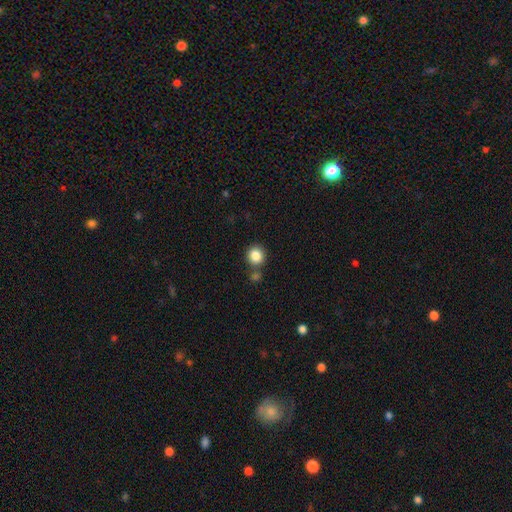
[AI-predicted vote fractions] A smooth galaxy with no disk features (86%) that is round (89%). Merging: none (74%).